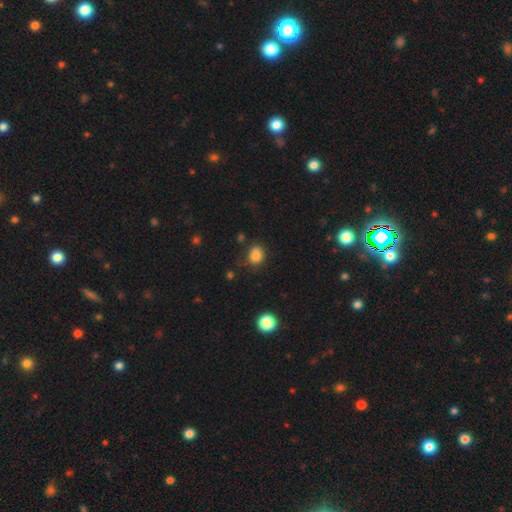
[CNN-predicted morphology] A smooth galaxy with no disk features (81%) that is round (60%). Merging: none (65%).